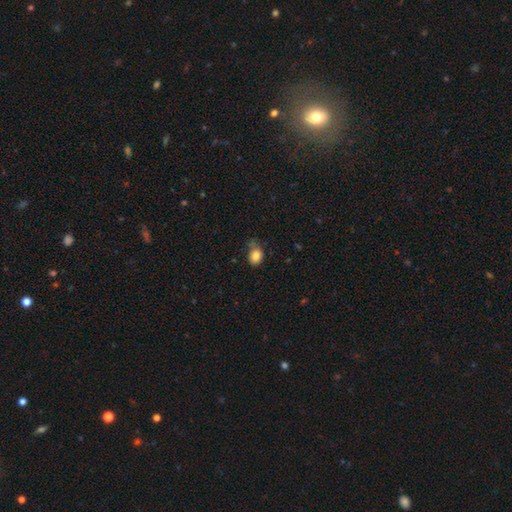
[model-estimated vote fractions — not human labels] Morphology: type=smooth (84%); roundness=in between (66%); merging=none (55%).